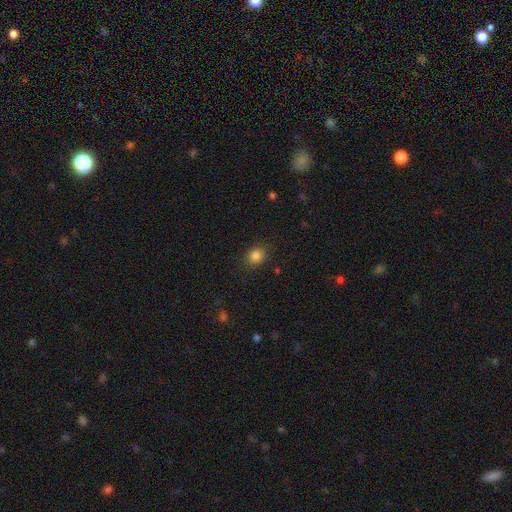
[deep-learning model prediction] smooth_or_featured: smooth (p=0.83) [alt: star or artifact p=0.12]
how_rounded: round (p=0.70) [alt: in between p=0.29]
merging: none (p=0.84) [alt: minor disturbance p=0.11]